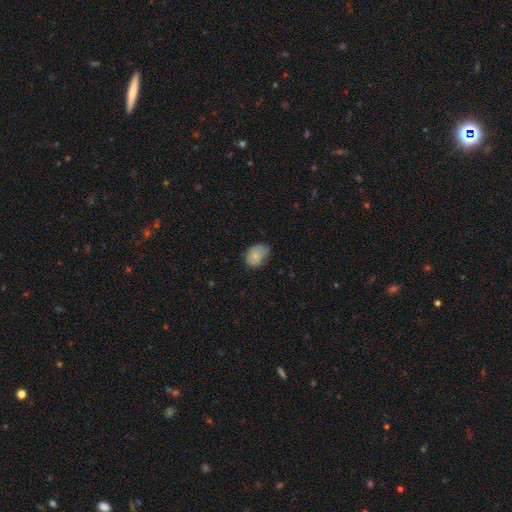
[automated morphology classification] Smooth or featured: smooth — 75% (featured or disk — 17%)
How rounded: in between — 68% (round — 31%)
Merging: minor disturbance — 44% (none — 42%)